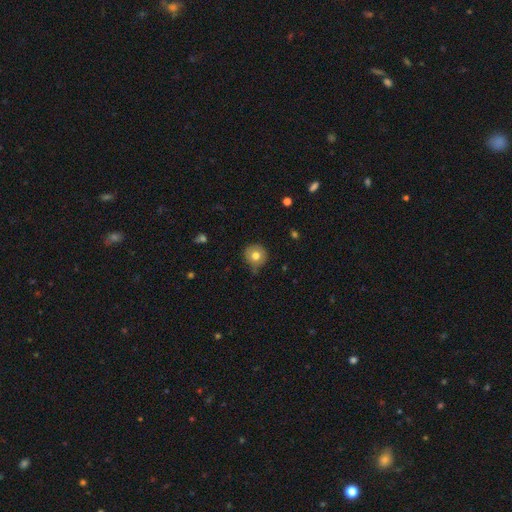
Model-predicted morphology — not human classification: smooth-or-featured: smooth: 75% | featured or disk: 15% | star or artifact: 10%
  how-rounded: round: 93% | in between: 6% | cigar-shaped: 1%
  merging: none: 77% | minor disturbance: 17% | major disturbance: 3% | merger: 2%